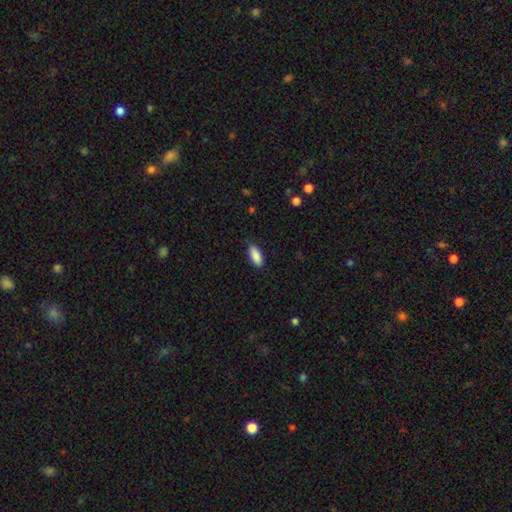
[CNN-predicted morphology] smooth_or_featured: smooth (p=0.90) [alt: star or artifact p=0.06]
how_rounded: in between (p=0.82) [alt: cigar-shaped p=0.17]
merging: none (p=0.87) [alt: minor disturbance p=0.10]